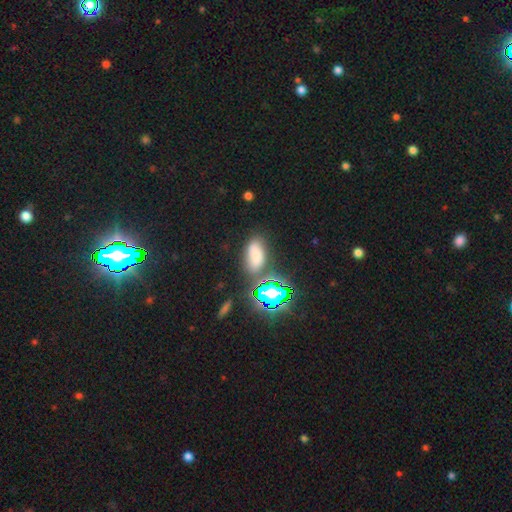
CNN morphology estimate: Q: Smooth or featured?
A: smooth (61%); runner-up: star or artifact (28%)
Q: How rounded?
A: in between (86%); runner-up: round (8%)
Q: Merging?
A: none (70%); runner-up: minor disturbance (16%)